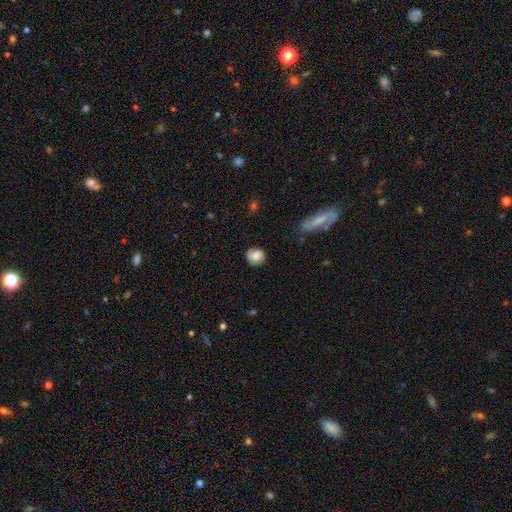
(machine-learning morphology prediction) Smooth or featured: smooth — 71% (featured or disk — 21%)
How rounded: round — 77% (in between — 22%)
Merging: none — 67% (minor disturbance — 23%)